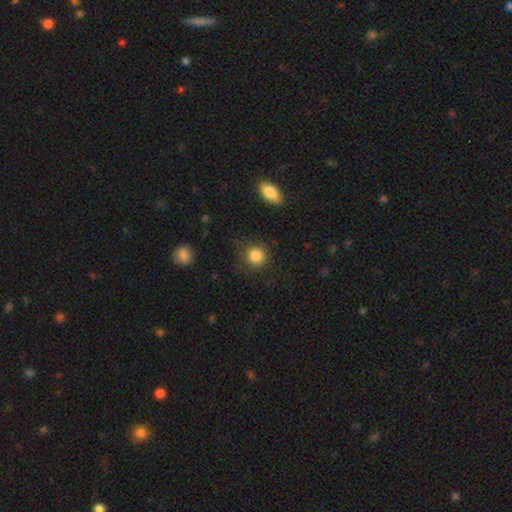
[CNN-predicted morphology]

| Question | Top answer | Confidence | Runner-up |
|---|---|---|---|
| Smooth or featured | smooth | 86% | star or artifact (9%) |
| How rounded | round | 90% | in between (9%) |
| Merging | none | 81% | minor disturbance (12%) |